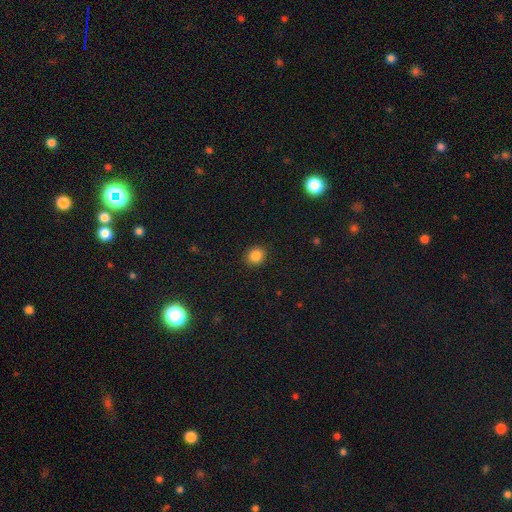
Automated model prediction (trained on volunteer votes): smooth 85%, star or artifact 10%, featured or disk 4%. Down the decision tree: how rounded — round (80%); merging — none (91%).